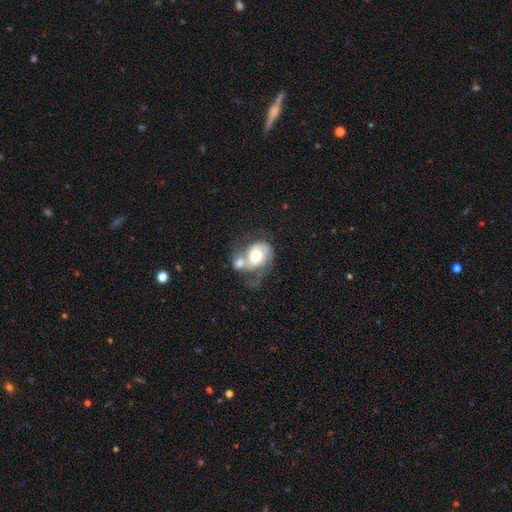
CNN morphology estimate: smooth_or_featured: featured or disk (p=0.62) [alt: smooth p=0.32]
disk_edge_on: no (p=0.97) [alt: yes p=0.03]
bar: no (p=0.75) [alt: weak p=0.21]
has_spiral_arms: yes (p=0.78) [alt: no p=0.22]
bulge_size: moderate (p=0.57) [alt: large p=0.19]
merging: merger (p=0.56) [alt: major disturbance p=0.17]